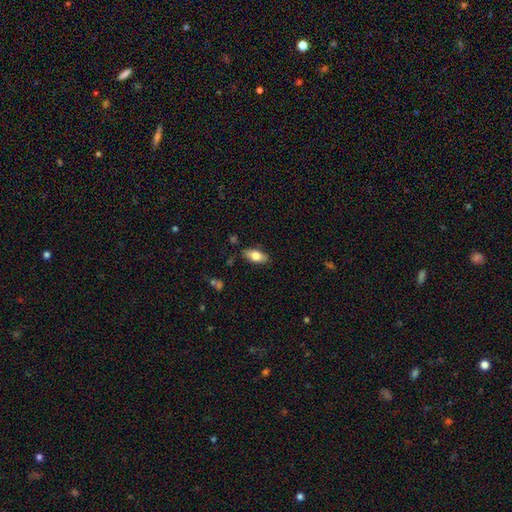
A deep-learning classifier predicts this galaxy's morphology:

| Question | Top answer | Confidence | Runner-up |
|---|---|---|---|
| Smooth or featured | smooth | 77% | featured or disk (16%) |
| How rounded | in between | 87% | cigar-shaped (11%) |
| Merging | none | 83% | minor disturbance (13%) |